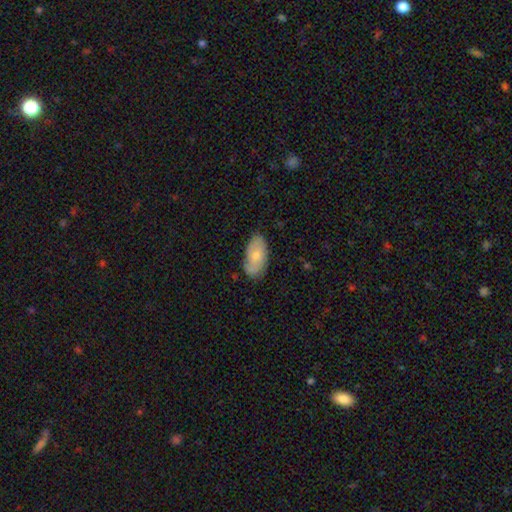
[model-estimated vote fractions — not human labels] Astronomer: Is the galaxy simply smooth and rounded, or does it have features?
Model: smooth — 64%.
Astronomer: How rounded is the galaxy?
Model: in between — 93%.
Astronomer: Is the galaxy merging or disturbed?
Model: none — 73%.